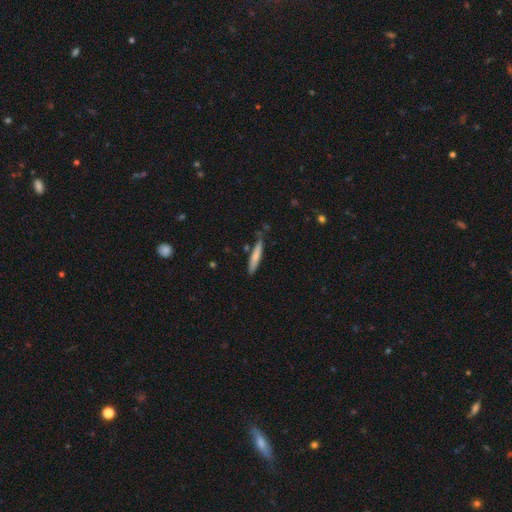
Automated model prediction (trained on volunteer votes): This is likely a smooth galaxy (73%). How rounded: clearly cigar-shaped (91%). Merging: likely none (75%).